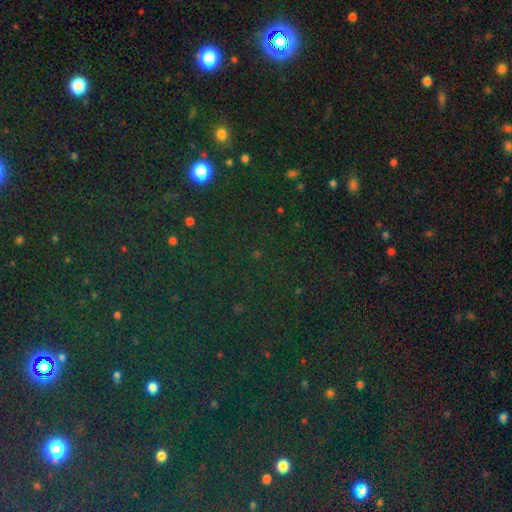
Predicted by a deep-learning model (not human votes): Q: Smooth or featured?
A: star or artifact (79%); runner-up: smooth (13%)